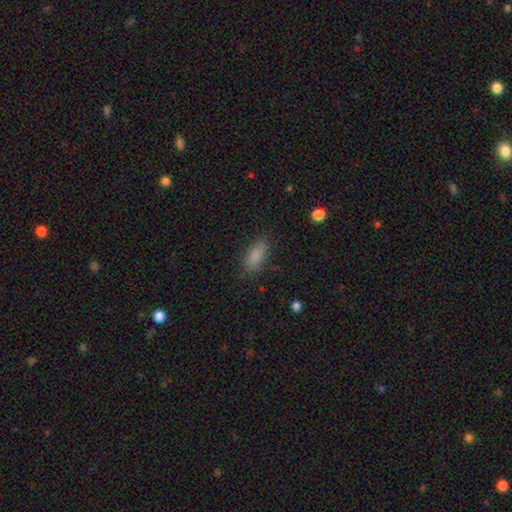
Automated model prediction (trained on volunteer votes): Morphology: type=smooth (86%); roundness=in between (82%); merging=none (82%).